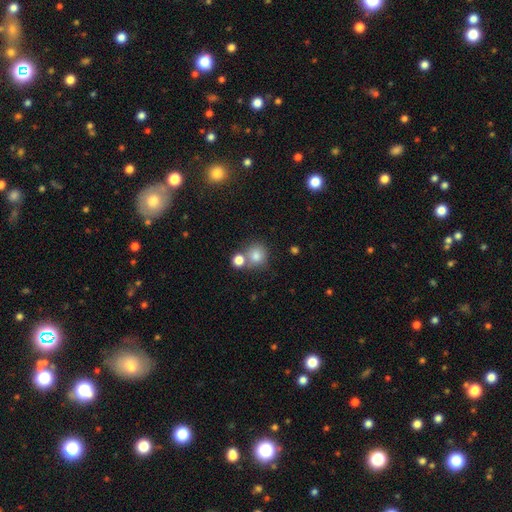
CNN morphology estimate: Smooth or featured? smooth (81%)
How rounded? round (88%)
Merging? none (56%)